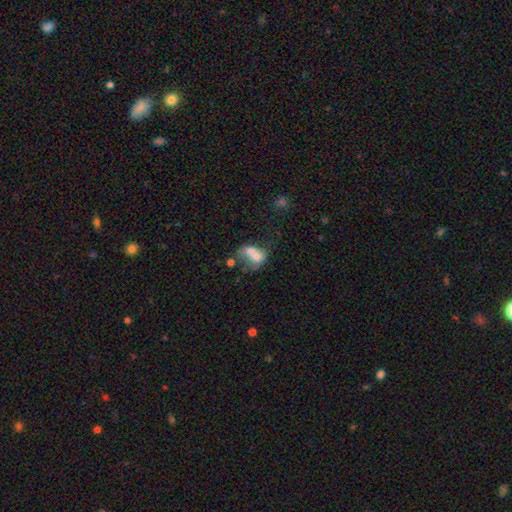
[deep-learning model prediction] Smooth or featured: smooth — 60% (featured or disk — 29%)
How rounded: in between — 65% (round — 34%)
Merging: merger — 61% (none — 16%)